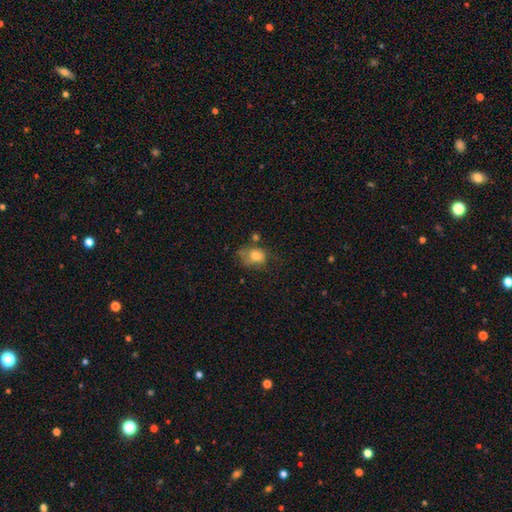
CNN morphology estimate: type=smooth (75%); roundness=in between (53%); merging=none (38%).